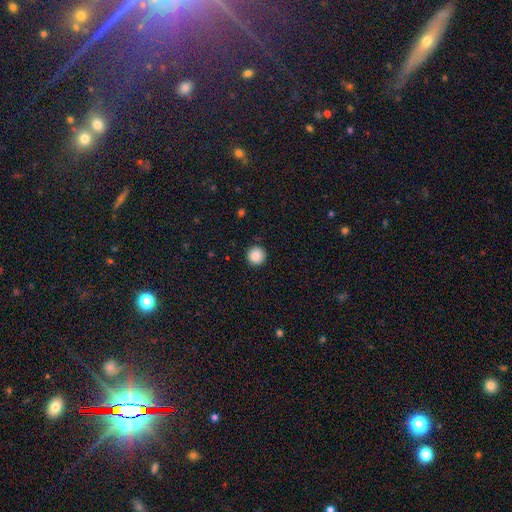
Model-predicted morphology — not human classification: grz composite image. It shows a smooth galaxy with no disk features (88%) that is round (96%). Merging: none (92%).